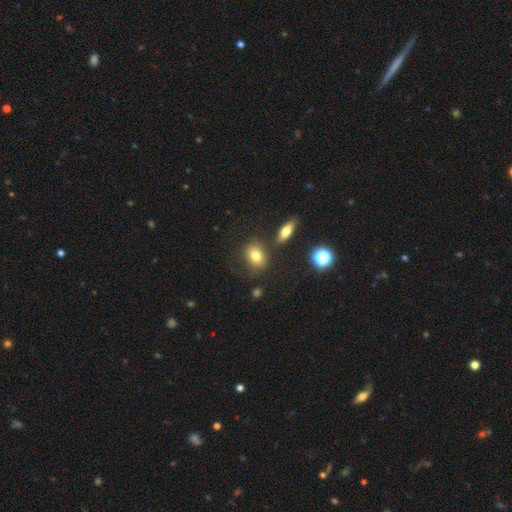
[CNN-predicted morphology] Q: Smooth or featured?
A: smooth (77%); runner-up: featured or disk (12%)
Q: How rounded?
A: in between (60%); runner-up: round (38%)
Q: Merging?
A: none (69%); runner-up: minor disturbance (16%)